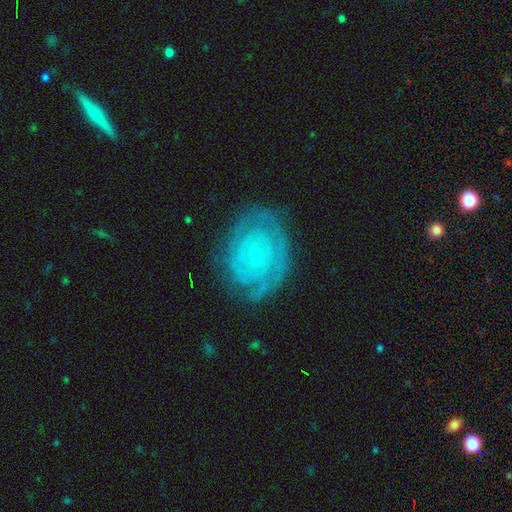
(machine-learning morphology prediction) This appears to be a featured or disk galaxy (78%) with a weak bar (49%), 2 (38%) tight (75%) spiral arms (90%) and a small central bulge (75%). Merging: none (76%).